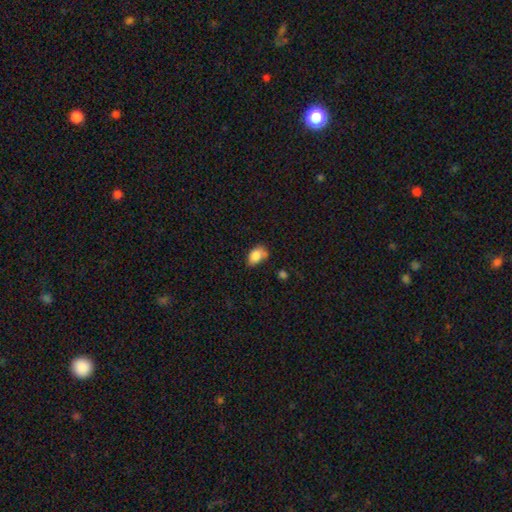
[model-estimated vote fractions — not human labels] Smooth or featured? Predicted: smooth (p=0.83). How rounded? Predicted: in between (p=0.84). Merging? Predicted: none (p=0.48).